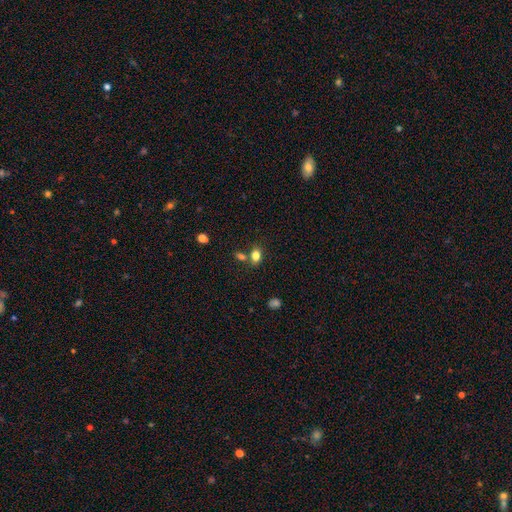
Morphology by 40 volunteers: smooth-or-featured: smooth: 90% | featured or disk: 5% | star or artifact: 5%
  how-rounded: in between: 75% | round: 25% | cigar-shaped: 0%
  merging: none: 71% | minor disturbance: 13% | merger: 11% | major disturbance: 5%